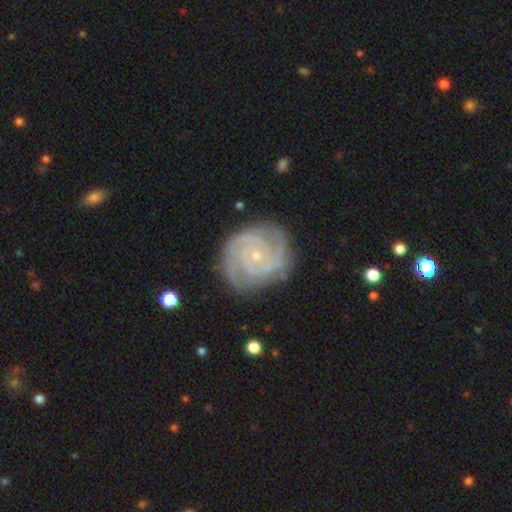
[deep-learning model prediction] Smooth or featured? Predicted: featured or disk (p=0.90). Edge-on disk? Predicted: no (p=0.98). Bar? Predicted: no (p=0.74). Spiral arms? Predicted: yes (p=0.98). Spiral winding? Predicted: tight (p=0.76). Spiral arm count? Predicted: 2 (p=0.38). Bulge size? Predicted: small (p=0.84). Merging? Predicted: none (p=0.81).